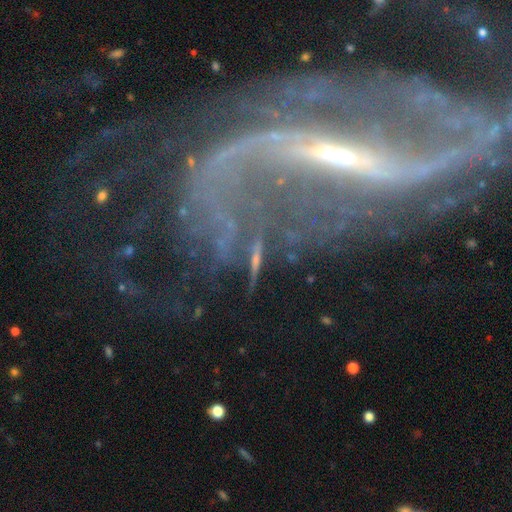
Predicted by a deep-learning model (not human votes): smooth_or_featured: featured or disk (p=0.59) [alt: star or artifact p=0.22]
disk_edge_on: yes (p=0.56) [alt: no p=0.44]
merging: none (p=0.69) [alt: minor disturbance p=0.15]